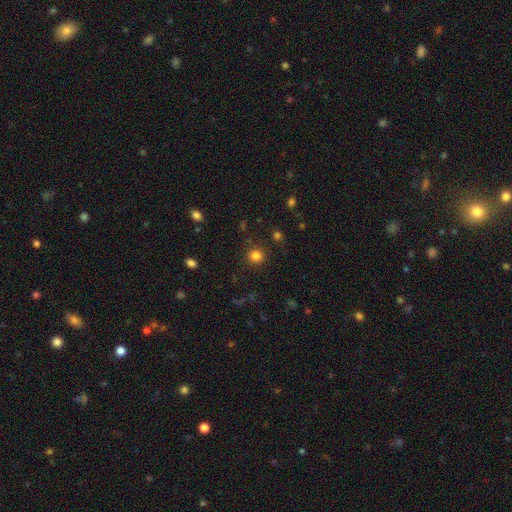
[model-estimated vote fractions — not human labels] smooth 81%, star or artifact 14%, featured or disk 4%. Down the decision tree: how rounded — round (90%); merging — none (89%).